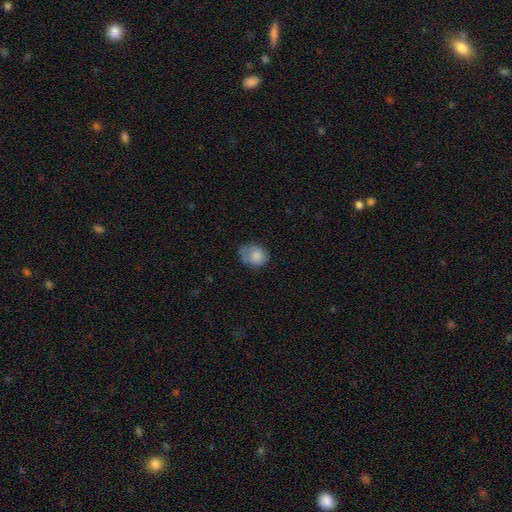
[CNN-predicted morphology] Smooth or featured?
  - smooth: 80% *
  - featured or disk: 12%
  - star or artifact: 8%
How rounded?
  - round: 50% *
  - in between: 49%
  - cigar-shaped: 1%
Merging?
  - none: 47% *
  - minor disturbance: 36%
  - major disturbance: 14%
  - merger: 3%